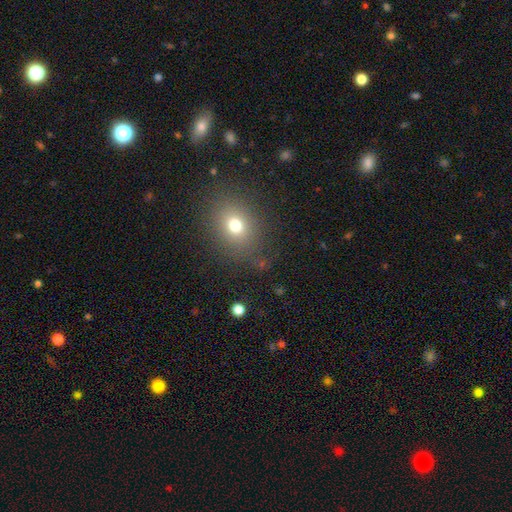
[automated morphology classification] A smooth galaxy with no disk features (67%) that is round (60%). Merging: none (86%).